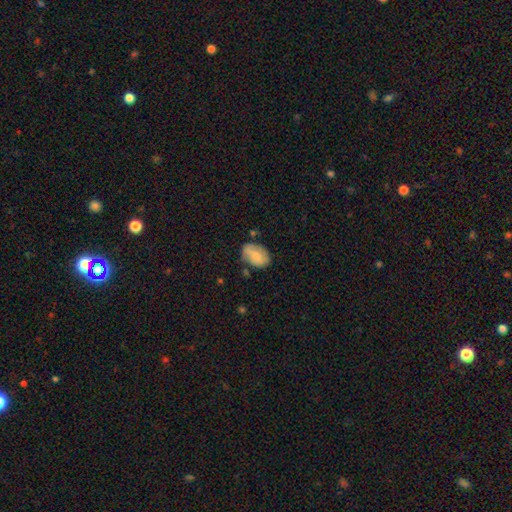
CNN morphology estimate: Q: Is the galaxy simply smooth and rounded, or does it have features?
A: smooth — 73%.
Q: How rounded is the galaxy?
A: in between — 85%.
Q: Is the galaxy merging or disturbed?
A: none — 59%.